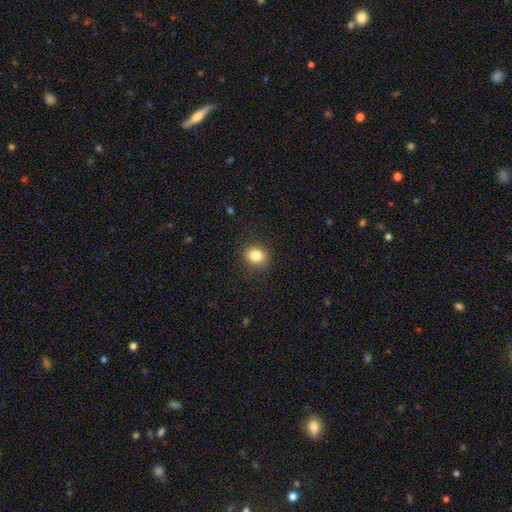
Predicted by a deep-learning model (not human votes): Overall: smooth (84%). How rounded: round (67%; in between 32%). Merging: none (87%).